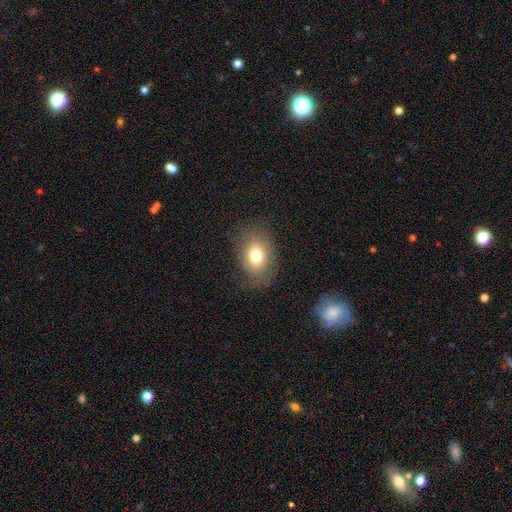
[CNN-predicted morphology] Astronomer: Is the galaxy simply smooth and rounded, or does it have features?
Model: smooth — 75%.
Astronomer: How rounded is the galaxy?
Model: in between — 71%.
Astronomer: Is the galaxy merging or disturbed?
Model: none — 77%.